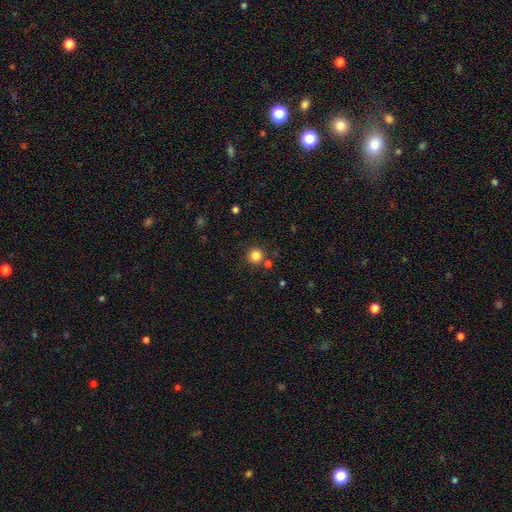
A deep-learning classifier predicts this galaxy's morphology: Smooth or featured? smooth (83%)
How rounded? round (94%)
Merging? none (82%)